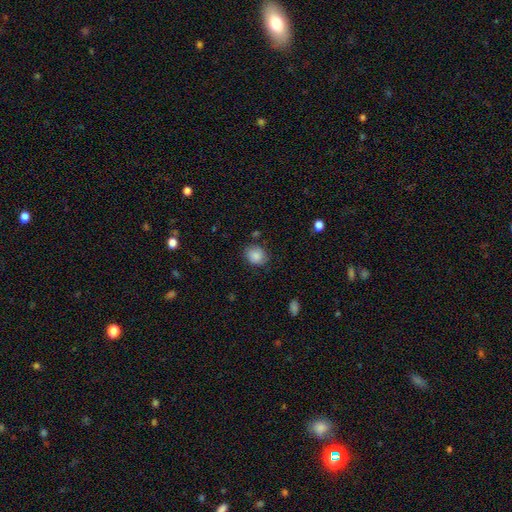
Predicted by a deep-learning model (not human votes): Smooth or featured? smooth (84%)
How rounded? round (64%)
Merging? none (77%)